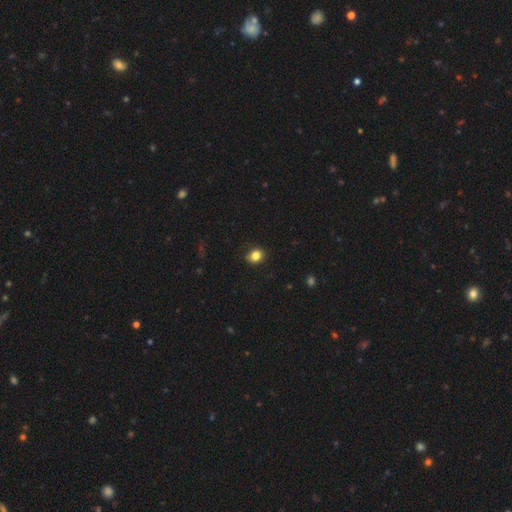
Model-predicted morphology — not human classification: Q: Smooth or featured?
A: smooth (84%); runner-up: star or artifact (11%)
Q: How rounded?
A: round (63%); runner-up: in between (36%)
Q: Merging?
A: none (88%); runner-up: minor disturbance (9%)